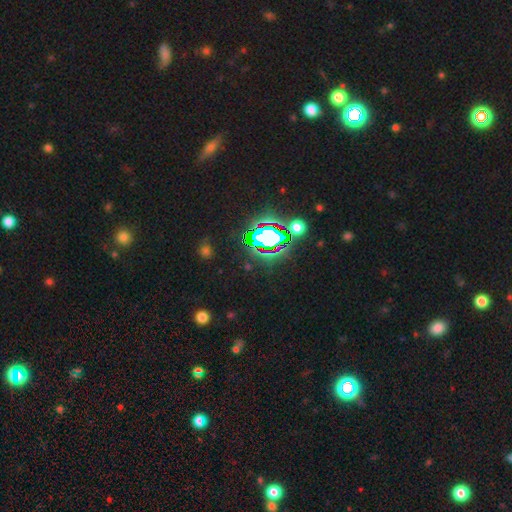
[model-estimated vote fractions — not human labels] This is likely a star or artifact rather than a galaxy (80%).